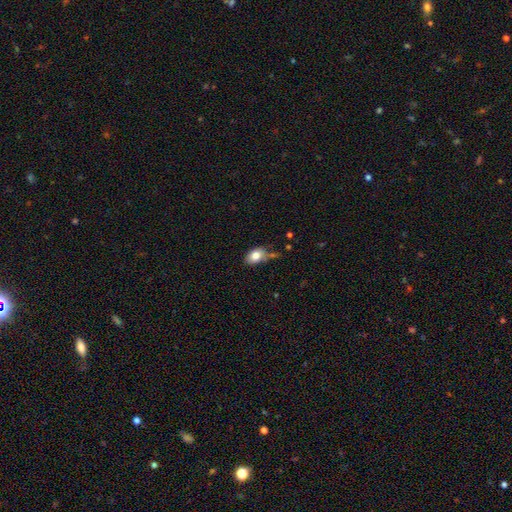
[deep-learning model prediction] A smooth galaxy with no disk features (81%) that is in between round and cigar-shaped (86%). Merging: none (57%).